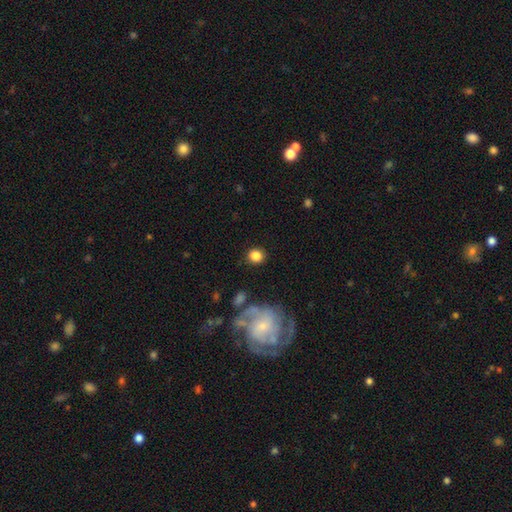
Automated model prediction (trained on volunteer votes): Smooth or featured? Predicted: smooth (p=0.84). How rounded? Predicted: round (p=0.85). Merging? Predicted: none (p=0.88).